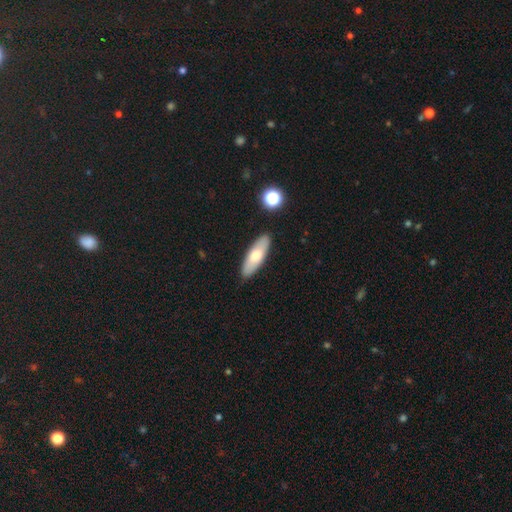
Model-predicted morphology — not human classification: Smooth or featured: smooth — 65% (featured or disk — 29%)
How rounded: in between — 58% (cigar-shaped — 40%)
Merging: none — 88% (minor disturbance — 8%)